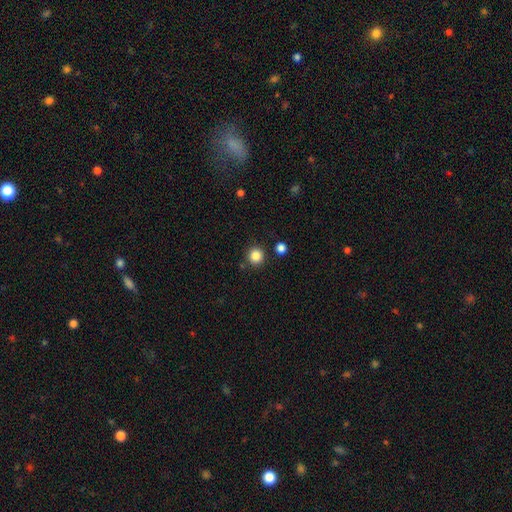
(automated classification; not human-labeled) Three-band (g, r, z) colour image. It shows a smooth galaxy with no disk features (84%) that is round (93%). Merging: none (86%).